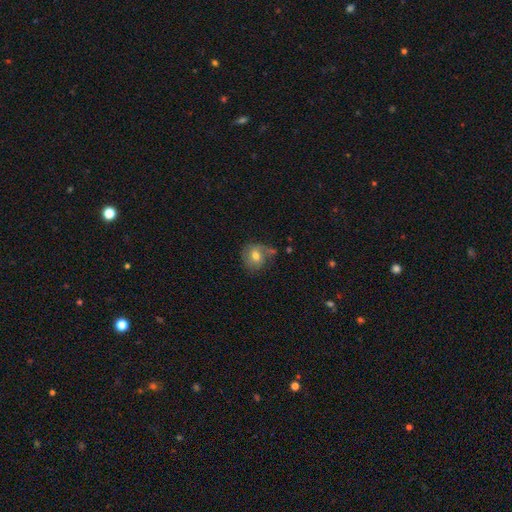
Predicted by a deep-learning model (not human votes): The model was most divided on "merging": none: 55%, minor disturbance: 25%, major disturbance: 12%, merger: 8%. More confident: how rounded — round (75%); smooth or featured — smooth (65%).